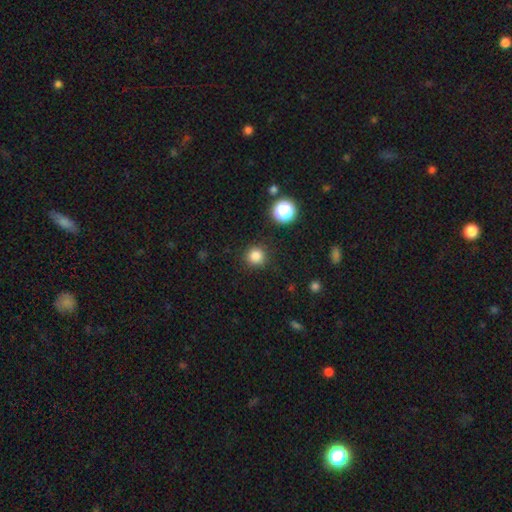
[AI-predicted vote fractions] The model was most divided on "smooth or featured": smooth: 83%, star or artifact: 13%, featured or disk: 4%. More confident: how rounded — round (94%); merging — none (89%).